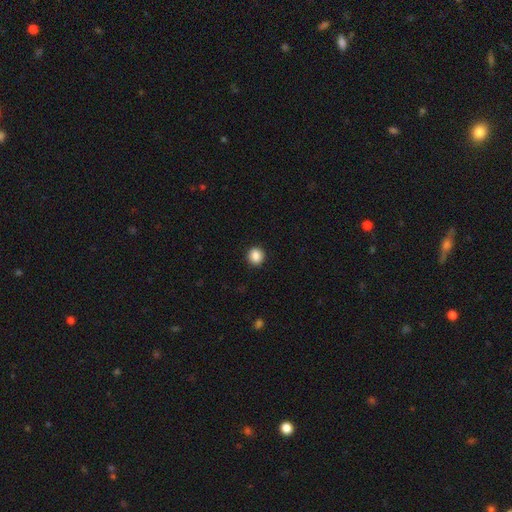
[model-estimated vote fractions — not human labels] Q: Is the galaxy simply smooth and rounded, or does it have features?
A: smooth — 88%.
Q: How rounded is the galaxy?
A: round — 89%.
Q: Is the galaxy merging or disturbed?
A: none — 92%.